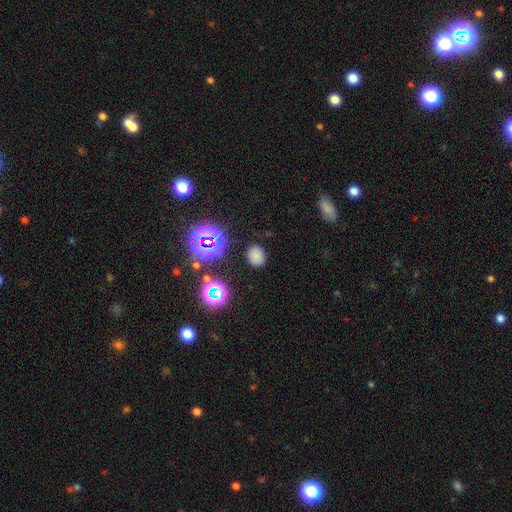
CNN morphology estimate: smooth 72%, star or artifact 22%, featured or disk 6%. Down the decision tree: how rounded — round (53%); merging — none (84%).